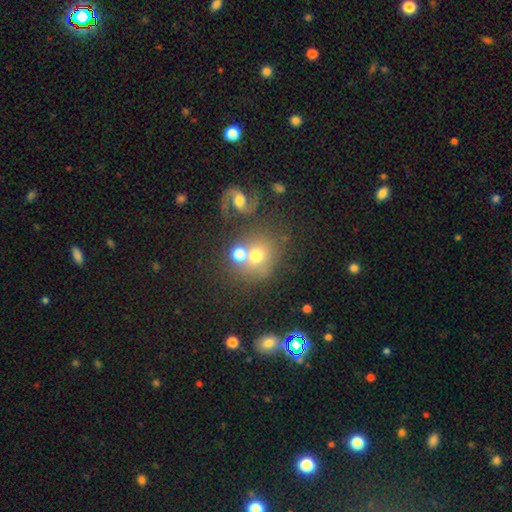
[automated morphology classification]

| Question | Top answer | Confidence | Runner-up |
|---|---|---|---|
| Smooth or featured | smooth | 57% | featured or disk (29%) |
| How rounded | round | 78% | in between (21%) |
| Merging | none | 51% | merger (31%) |